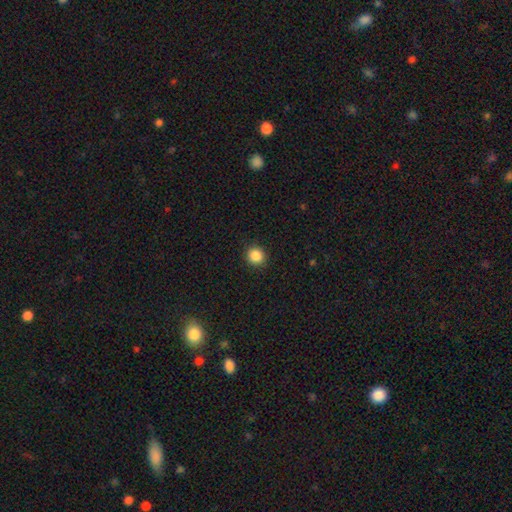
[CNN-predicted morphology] Smooth or featured? smooth (87%)
How rounded? round (89%)
Merging? none (91%)